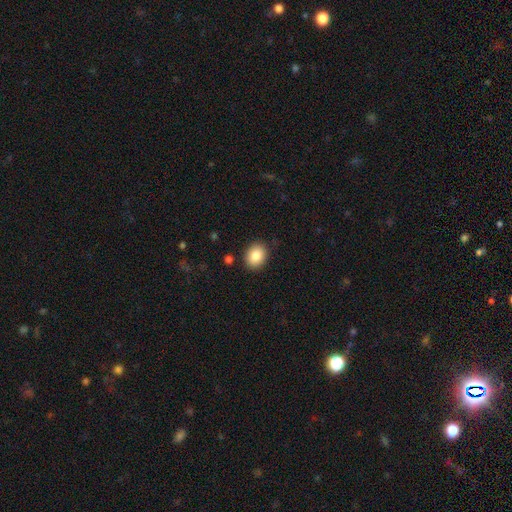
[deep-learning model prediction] Smooth or featured? Predicted: smooth (p=0.86). How rounded? Predicted: in between (p=0.56). Merging? Predicted: none (p=0.87).